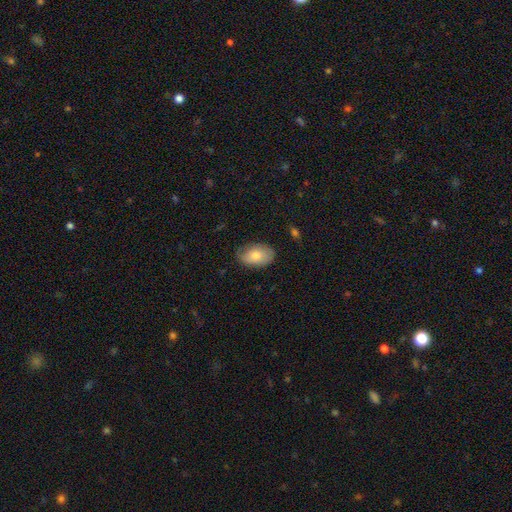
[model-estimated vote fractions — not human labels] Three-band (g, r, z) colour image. It shows a smooth galaxy with no disk features (74%) that is in between round and cigar-shaped (89%). Merging: none (75%).